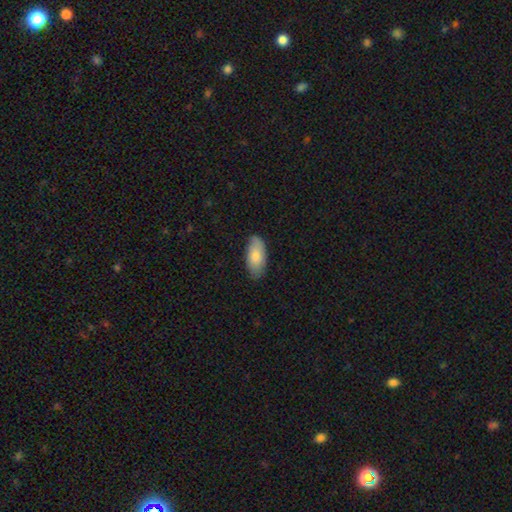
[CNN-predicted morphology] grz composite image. It shows a smooth galaxy with no disk features (80%) that is in between round and cigar-shaped (90%). Merging: none (79%).